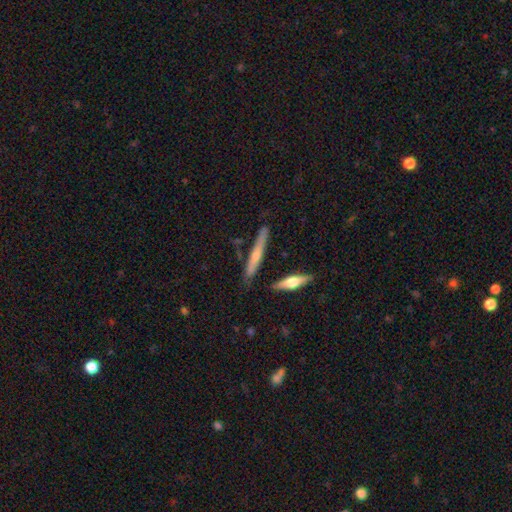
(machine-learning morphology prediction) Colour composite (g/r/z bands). It shows a featured or disk galaxy (52%) viewed edge-on (94%). Merging: none (82%).